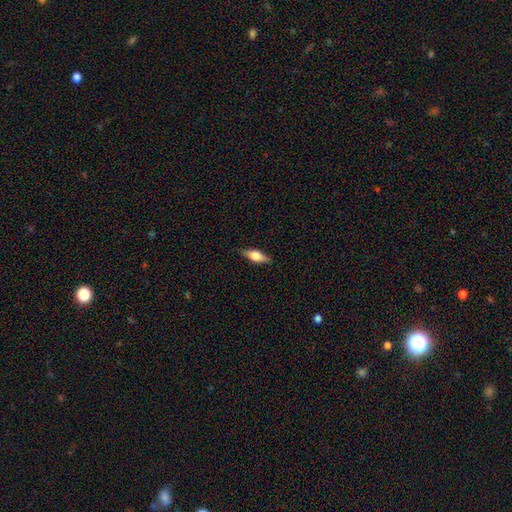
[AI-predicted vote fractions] Smooth or featured? smooth (54%)
How rounded? in between (62%)
Merging? none (86%)